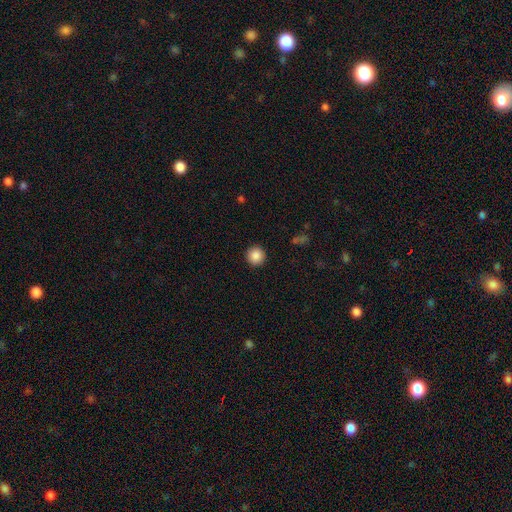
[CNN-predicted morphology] smooth 87%, star or artifact 9%, featured or disk 4%. Down the decision tree: how rounded — round (96%); merging — none (93%).